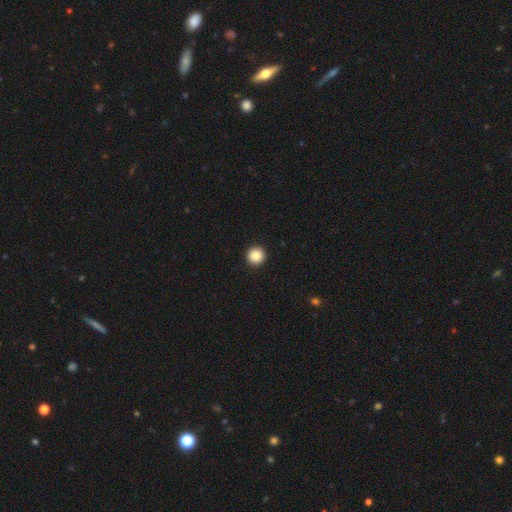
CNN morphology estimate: smooth-or-featured: smooth: 87% | star or artifact: 10% | featured or disk: 3%
  how-rounded: round: 96% | in between: 3% | cigar-shaped: 1%
  merging: none: 94% | minor disturbance: 4% | major disturbance: 1% | merger: 1%